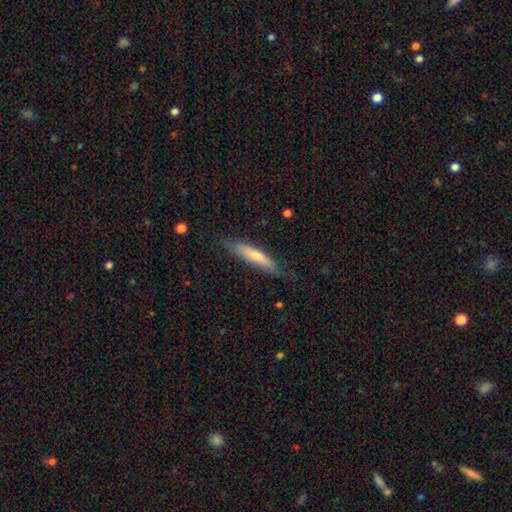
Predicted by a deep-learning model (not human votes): Smooth or featured? Predicted: smooth (p=0.59). How rounded? Predicted: cigar-shaped (p=0.87). Merging? Predicted: none (p=0.72).